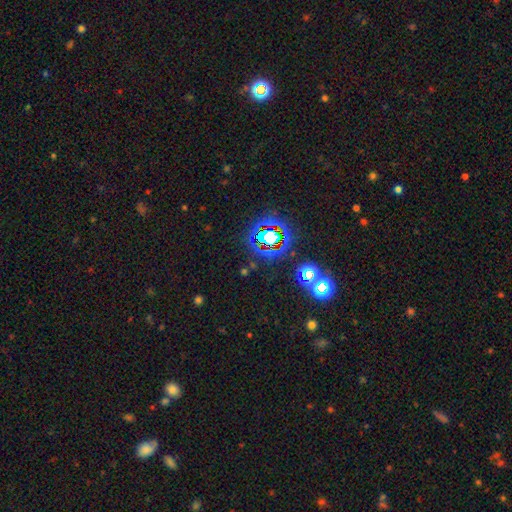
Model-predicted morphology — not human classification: star or artifact 71%, smooth 18%, featured or disk 11%.